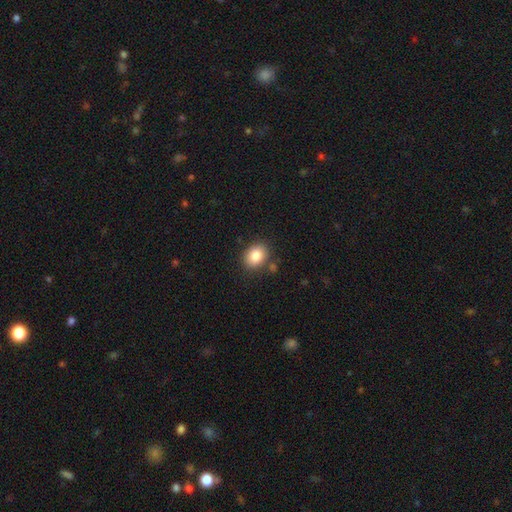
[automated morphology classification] This appears to be a smooth galaxy with no disk features (85%) that is in between round and cigar-shaped (61%). Merging: none (81%).